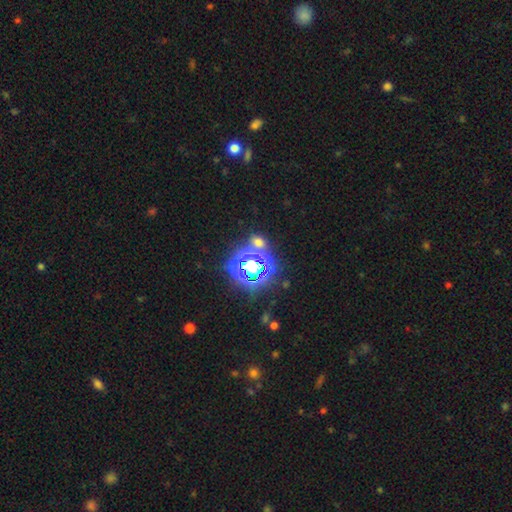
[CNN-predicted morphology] Q: Smooth or featured?
A: star or artifact (73%); runner-up: smooth (18%)